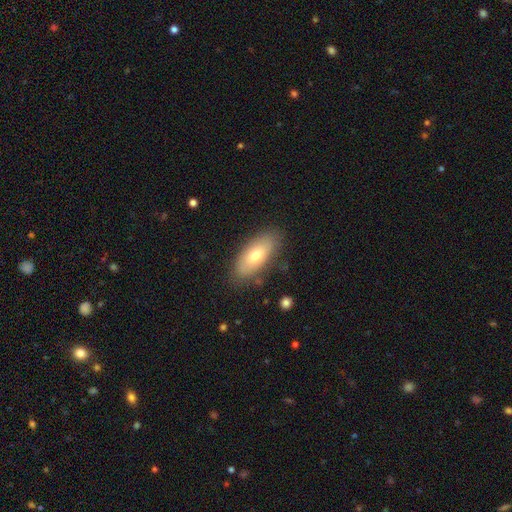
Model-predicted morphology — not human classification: Smooth or featured: smooth — 68% (featured or disk — 25%)
How rounded: in between — 84% (cigar-shaped — 13%)
Merging: none — 83% (minor disturbance — 13%)